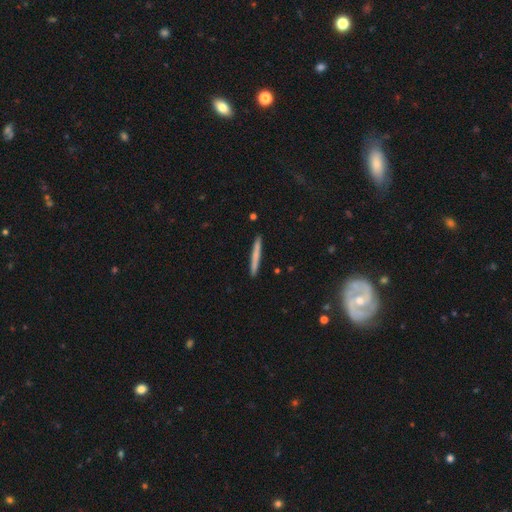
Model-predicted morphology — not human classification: Smooth or featured? smooth (69%)
How rounded? cigar-shaped (97%)
Merging? none (92%)